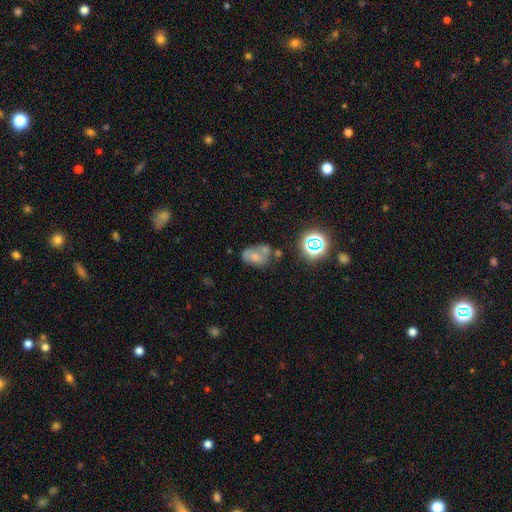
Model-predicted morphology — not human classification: smooth-or-featured: smooth: 52% | featured or disk: 30% | star or artifact: 18%
  how-rounded: in between: 77% | round: 22% | cigar-shaped: 1%
  merging: none: 33% | merger: 32% | minor disturbance: 21% | major disturbance: 14%